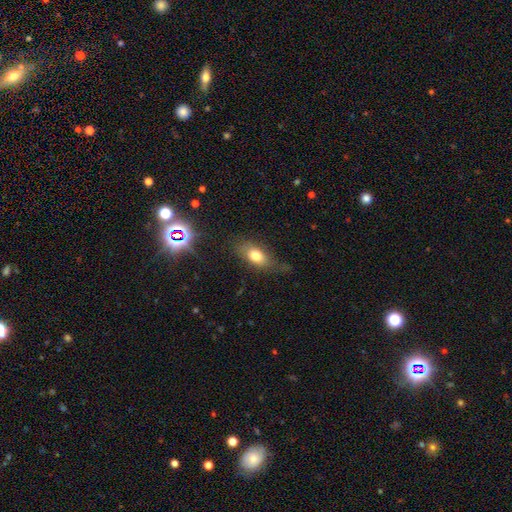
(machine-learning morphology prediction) A smooth galaxy with no disk features (74%) that is in between round and cigar-shaped (81%). Merging: none (65%).